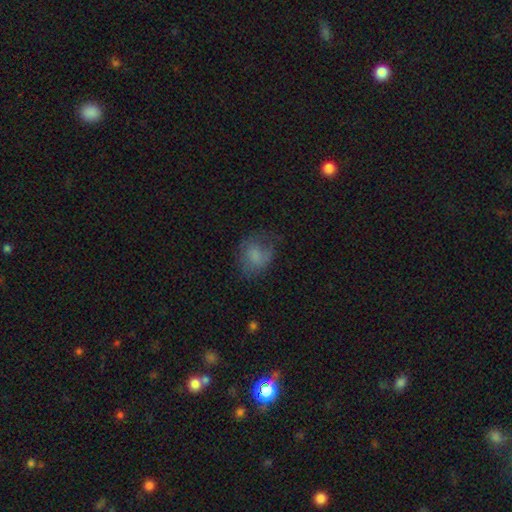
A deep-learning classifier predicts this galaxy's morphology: Smooth or featured?
  - smooth: 65% *
  - featured or disk: 24%
  - star or artifact: 10%
How rounded?
  - round: 54% *
  - in between: 45%
  - cigar-shaped: 1%
Merging?
  - none: 49% *
  - minor disturbance: 27%
  - major disturbance: 22%
  - merger: 2%